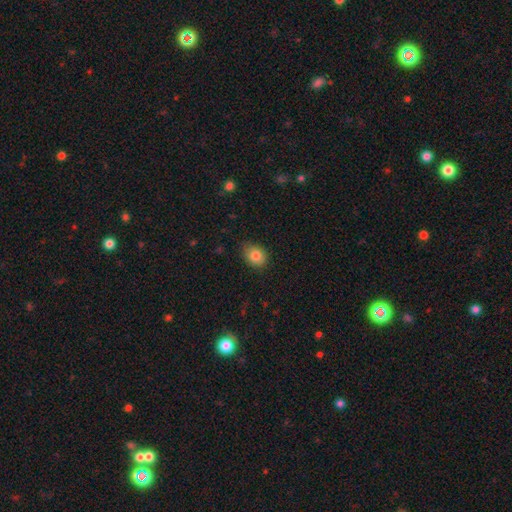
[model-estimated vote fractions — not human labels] Morphology: type=smooth (83%); roundness=in between (51%); merging=none (79%).